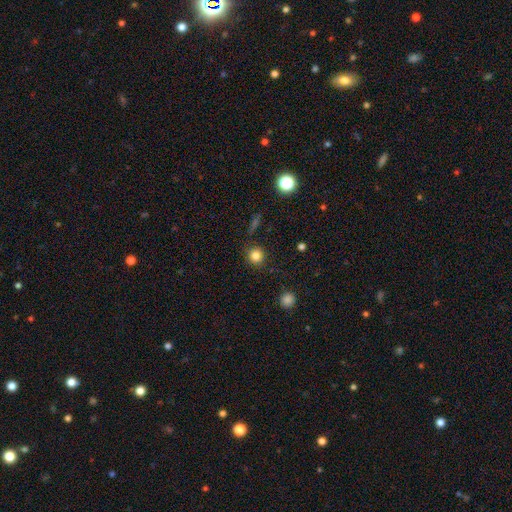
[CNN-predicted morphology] This appears to be a smooth galaxy with no disk features (82%) that is round (93%). Merging: none (88%).